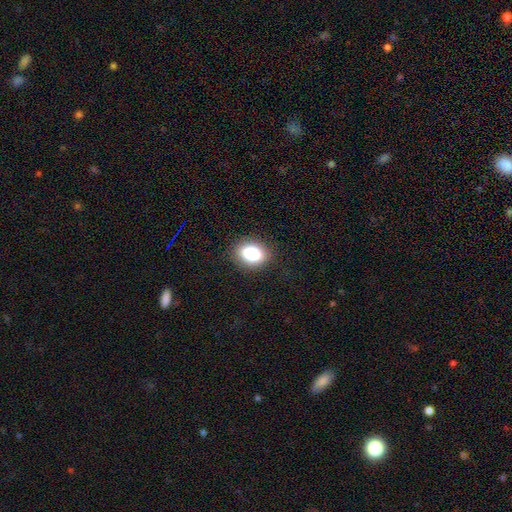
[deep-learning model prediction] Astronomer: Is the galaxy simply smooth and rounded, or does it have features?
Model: smooth — 63%.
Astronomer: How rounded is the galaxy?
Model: round — 56% (runner-up: in between, 42%).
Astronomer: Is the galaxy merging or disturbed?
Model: none — 88%.